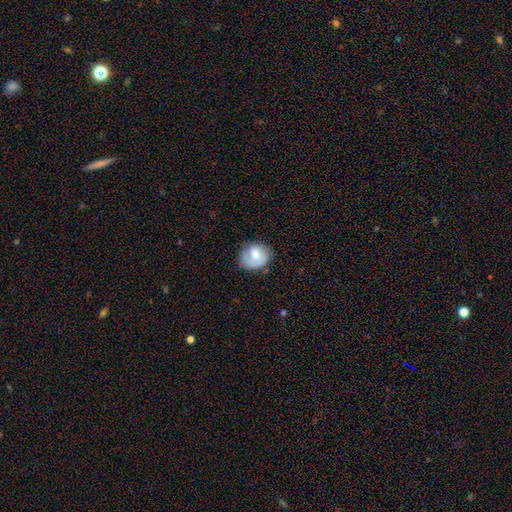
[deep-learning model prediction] A smooth galaxy with no disk features (57%) that is round (67%). Merging: none (62%).